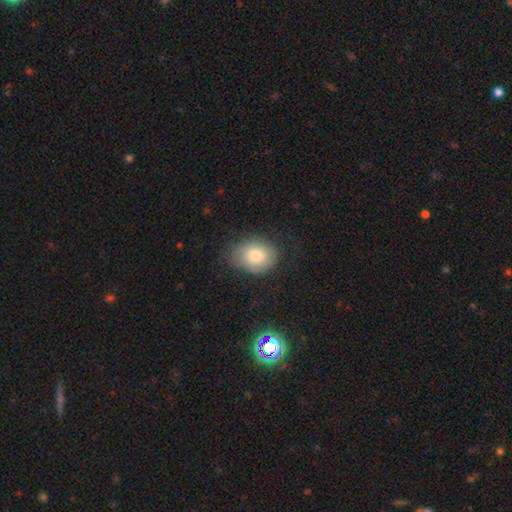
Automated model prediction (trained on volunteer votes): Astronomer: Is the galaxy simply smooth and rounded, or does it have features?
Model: smooth — 77%.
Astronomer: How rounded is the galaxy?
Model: in between — 61% (runner-up: round, 38%).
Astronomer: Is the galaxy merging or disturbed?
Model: none — 68%.